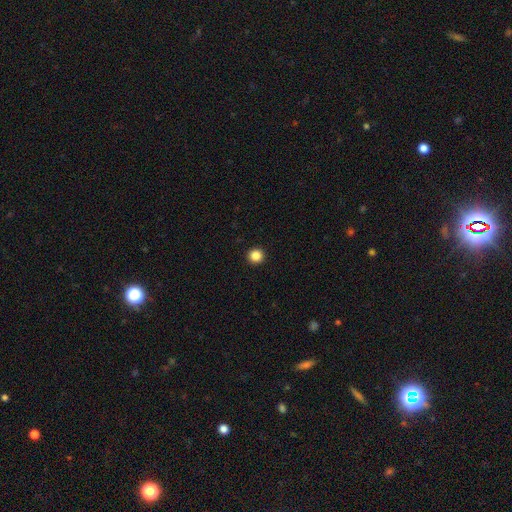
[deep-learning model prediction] smooth 86%, star or artifact 11%, featured or disk 3%. Down the decision tree: how rounded — round (95%); merging — none (94%).